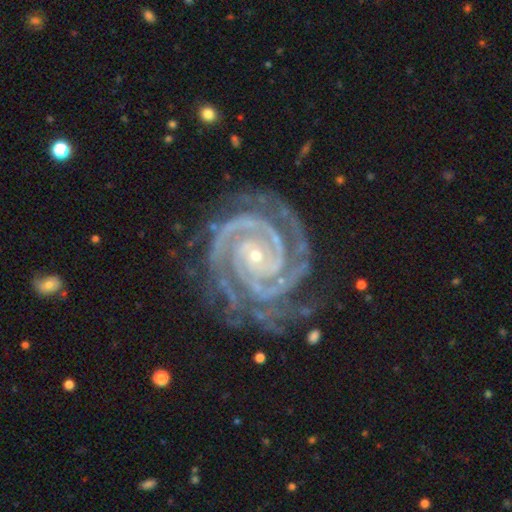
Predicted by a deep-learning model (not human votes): A featured or disk galaxy (94%) with no bar (69%), 2 (50%) tight (85%) spiral arms (99%) and a small central bulge (84%). Merging: none (74%).